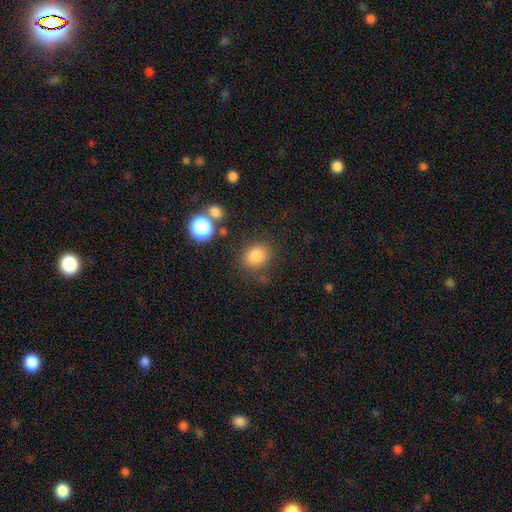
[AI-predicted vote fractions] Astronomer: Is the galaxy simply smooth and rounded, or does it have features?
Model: smooth — 82%.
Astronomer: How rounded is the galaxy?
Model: round — 63%.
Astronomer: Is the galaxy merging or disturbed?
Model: none — 78%.